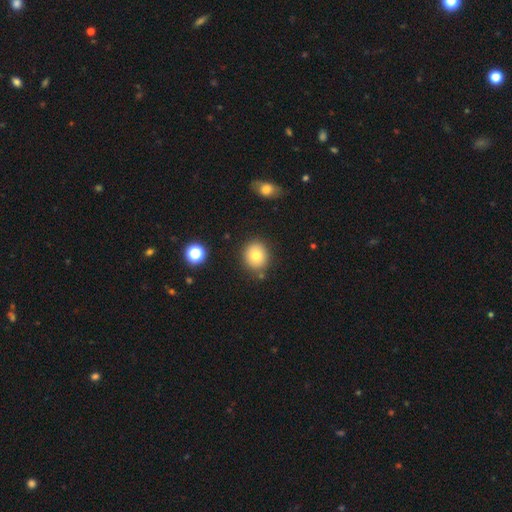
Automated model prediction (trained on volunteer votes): Q: Smooth or featured?
A: smooth (79%); runner-up: star or artifact (11%)
Q: How rounded?
A: round (82%); runner-up: in between (17%)
Q: Merging?
A: none (83%); runner-up: minor disturbance (10%)